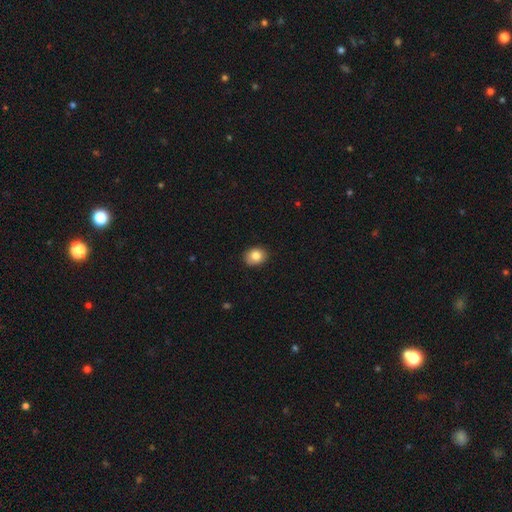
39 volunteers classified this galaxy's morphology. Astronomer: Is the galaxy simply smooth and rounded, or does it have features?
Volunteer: smooth — 87%.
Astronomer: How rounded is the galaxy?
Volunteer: in between — 68%.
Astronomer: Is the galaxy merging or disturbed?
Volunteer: none — 81%.